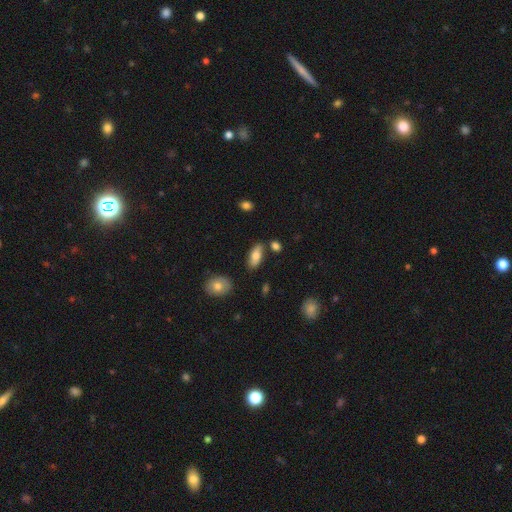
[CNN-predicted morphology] A smooth galaxy with no disk features (75%) that is in between round and cigar-shaped (81%). Merging: none (75%).